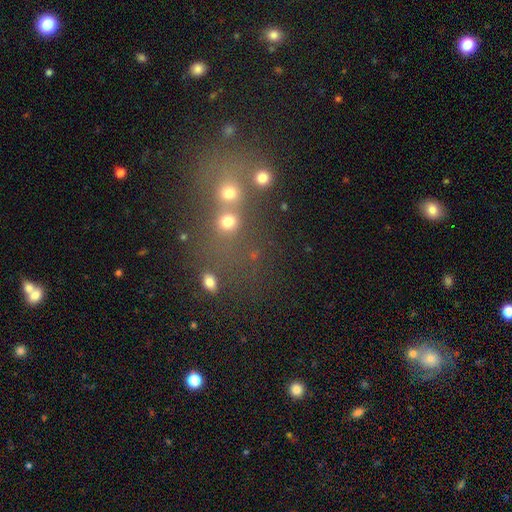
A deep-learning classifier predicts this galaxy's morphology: A star or artifact, not a galaxy (43%).

Vote fractions:
- Smooth or featured? star or artifact: 43% / smooth: 39% / featured or disk: 18%